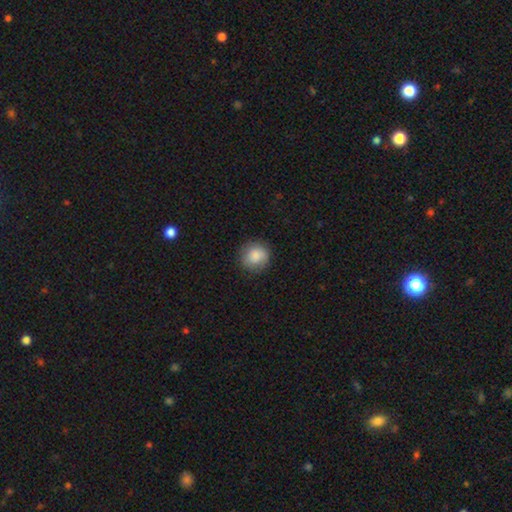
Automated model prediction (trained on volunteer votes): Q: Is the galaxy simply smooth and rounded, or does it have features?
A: smooth — 87%.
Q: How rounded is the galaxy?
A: round — 90%.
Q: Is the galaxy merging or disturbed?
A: none — 86%.